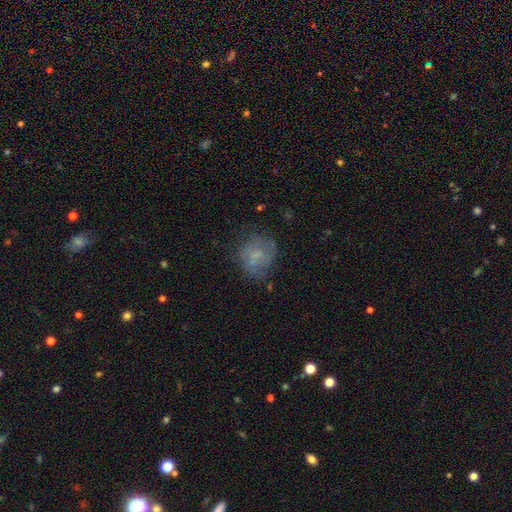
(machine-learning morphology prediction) smooth_or_featured: smooth (p=0.54) [alt: featured or disk p=0.33]
how_rounded: round (p=0.71) [alt: in between p=0.28]
merging: none (p=0.59) [alt: minor disturbance p=0.22]